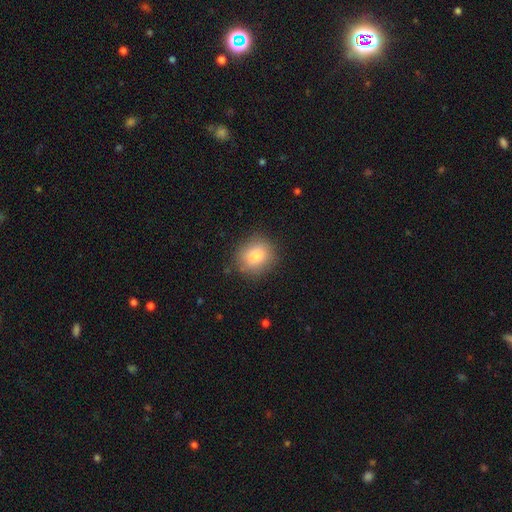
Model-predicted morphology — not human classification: Smooth or featured? Predicted: smooth (p=0.84). How rounded? Predicted: round (p=0.76). Merging? Predicted: none (p=0.84).